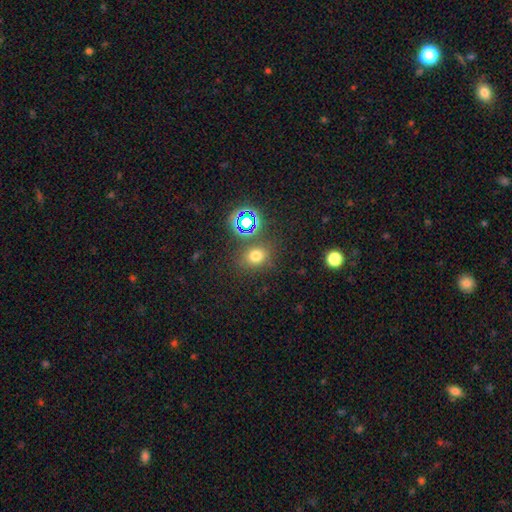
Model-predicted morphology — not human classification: Smooth or featured? smooth (66%)
How rounded? round (63%)
Merging? none (78%)